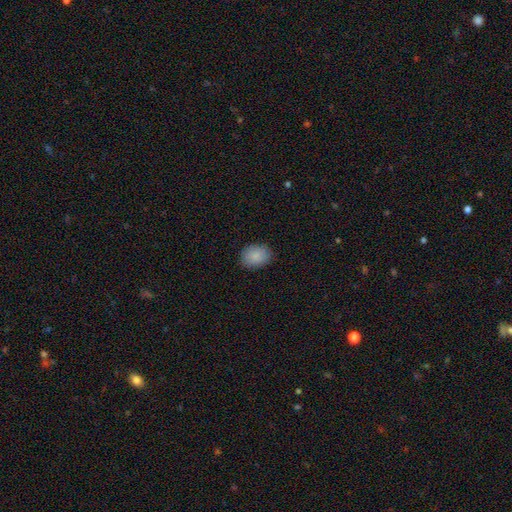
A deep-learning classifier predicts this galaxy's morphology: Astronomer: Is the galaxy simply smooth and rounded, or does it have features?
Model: smooth — 87%.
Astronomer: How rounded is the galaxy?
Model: in between — 65%.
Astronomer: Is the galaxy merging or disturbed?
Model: none — 87%.